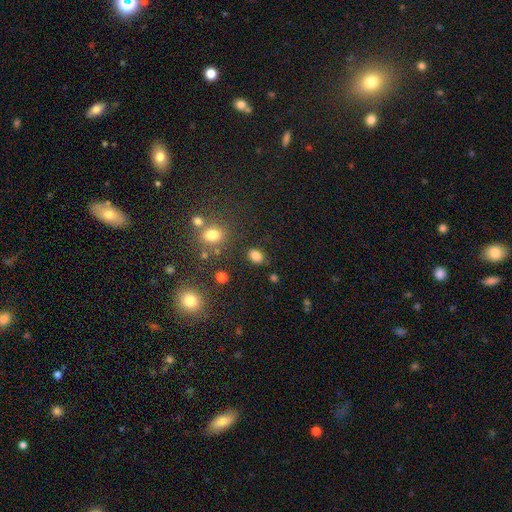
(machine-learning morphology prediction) Q: Smooth or featured?
A: smooth (82%); runner-up: star or artifact (13%)
Q: How rounded?
A: in between (68%); runner-up: round (30%)
Q: Merging?
A: none (78%); runner-up: minor disturbance (13%)